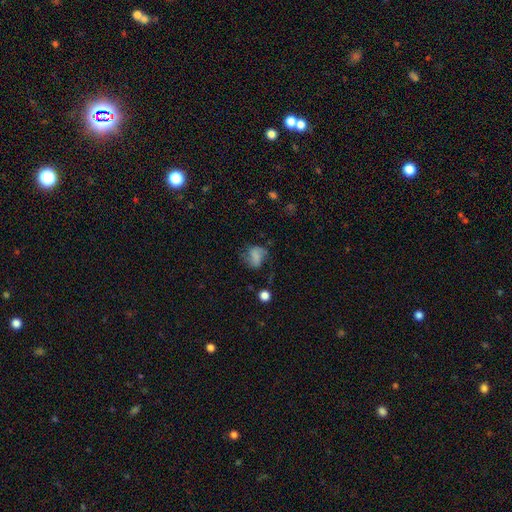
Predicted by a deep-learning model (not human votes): Morphology: type=smooth (65%); roundness=in between (59%); merging=none (46%).